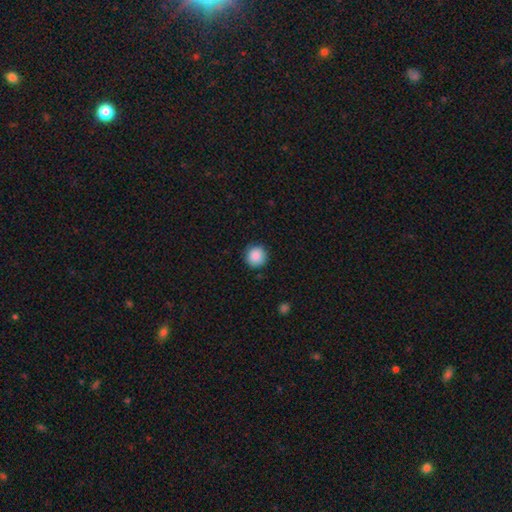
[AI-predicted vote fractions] Smooth or featured? smooth (88%)
How rounded? round (95%)
Merging? none (90%)